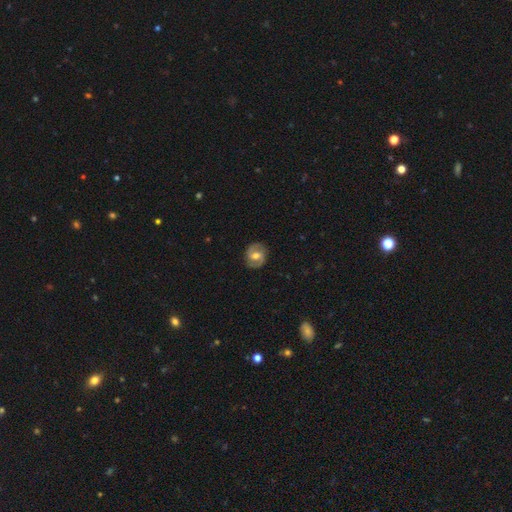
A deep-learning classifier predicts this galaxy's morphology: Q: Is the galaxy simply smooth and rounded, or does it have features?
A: featured or disk — 78%.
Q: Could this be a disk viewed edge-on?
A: no — 98%.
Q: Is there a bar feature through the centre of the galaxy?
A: weak — 50%.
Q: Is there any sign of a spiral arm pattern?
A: yes — 92%.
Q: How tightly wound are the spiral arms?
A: medium — 50%.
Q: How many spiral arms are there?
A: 2 — 91%.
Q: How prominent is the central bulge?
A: moderate — 72%.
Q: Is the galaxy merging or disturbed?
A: none — 86%.